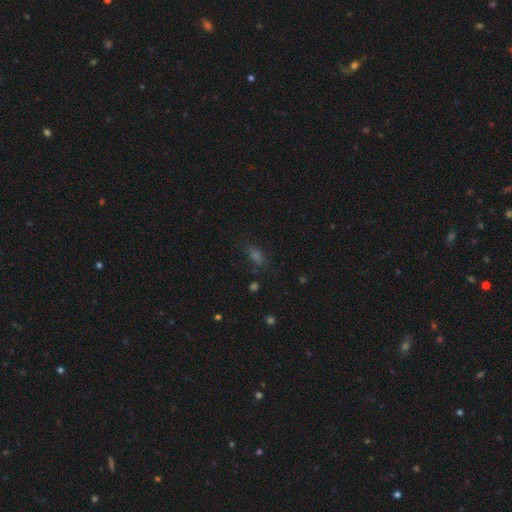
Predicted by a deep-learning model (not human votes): smooth 55%, star or artifact 33%, featured or disk 11%. Down the decision tree: how rounded — in between (79%); merging — none (74%).